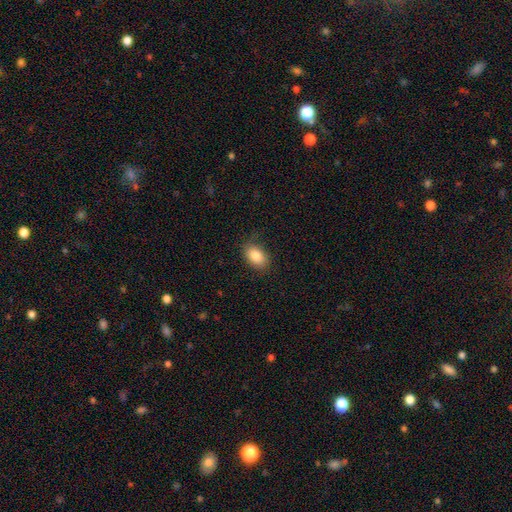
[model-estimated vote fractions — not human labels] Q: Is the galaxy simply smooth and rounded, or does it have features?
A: smooth — 85%.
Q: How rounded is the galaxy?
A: in between — 87%.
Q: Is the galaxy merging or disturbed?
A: none — 81%.